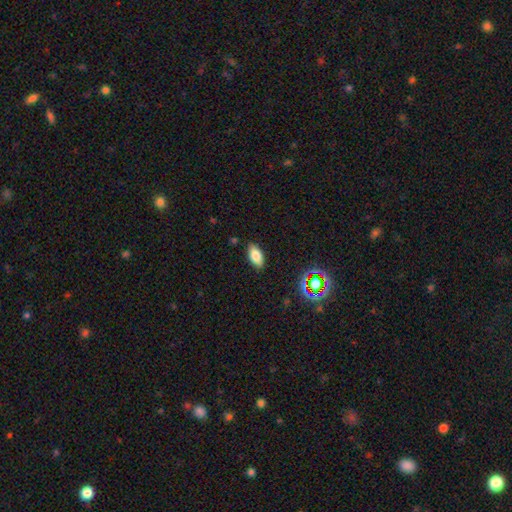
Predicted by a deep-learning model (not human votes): The model was most divided on "smooth or featured": smooth: 78%, star or artifact: 11%, featured or disk: 11%. More confident: how rounded — in between (90%); merging — none (87%).